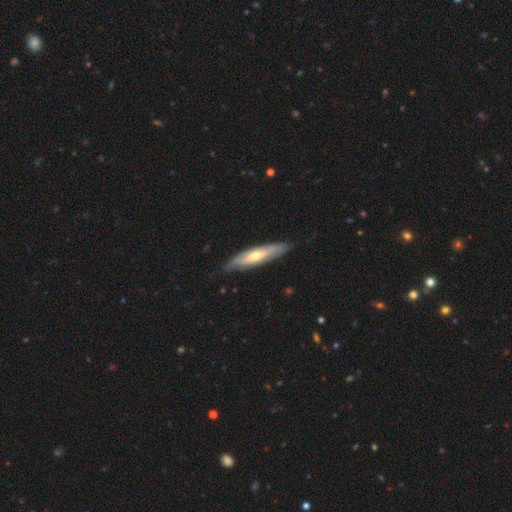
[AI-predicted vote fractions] Smooth or featured: featured or disk — 59% (smooth — 36%)
Edge-on disk: yes — 64% (no — 36%)
Merging: none — 82% (minor disturbance — 14%)